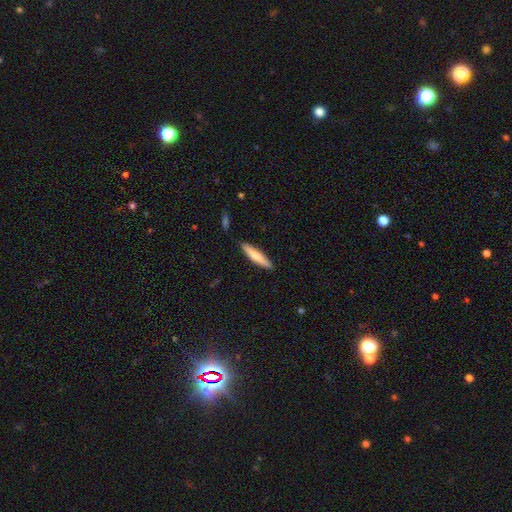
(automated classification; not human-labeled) Smooth or featured? Predicted: smooth (p=0.66). How rounded? Predicted: cigar-shaped (p=0.86). Merging? Predicted: none (p=0.88).